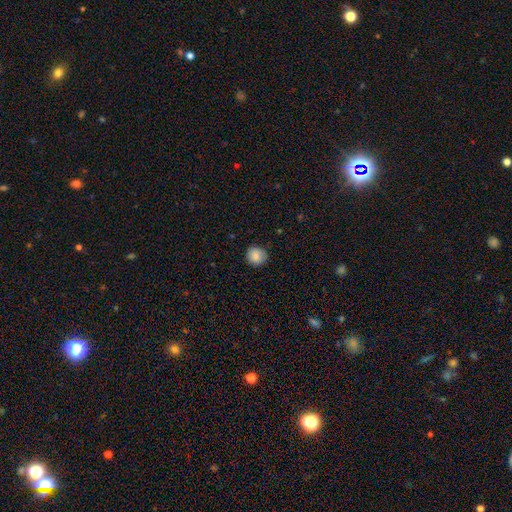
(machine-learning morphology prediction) smooth_or_featured: smooth (p=0.86) [alt: star or artifact p=0.09]
how_rounded: round (p=0.90) [alt: in between p=0.09]
merging: none (p=0.86) [alt: minor disturbance p=0.11]